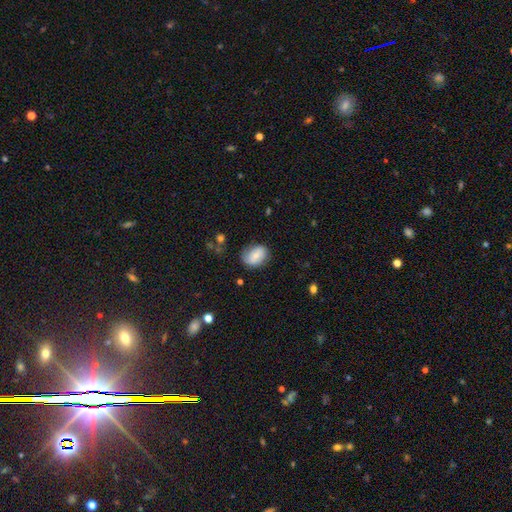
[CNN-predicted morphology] Smooth or featured?
  - smooth: 71% *
  - featured or disk: 22%
  - star or artifact: 7%
How rounded?
  - in between: 69% *
  - round: 30%
  - cigar-shaped: 1%
Merging?
  - none: 71% *
  - minor disturbance: 21%
  - major disturbance: 6%
  - merger: 2%